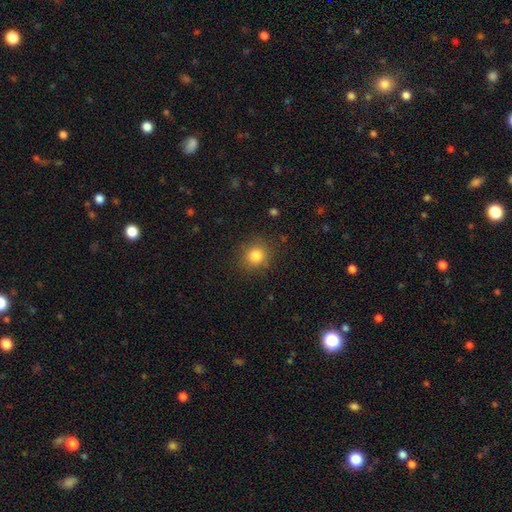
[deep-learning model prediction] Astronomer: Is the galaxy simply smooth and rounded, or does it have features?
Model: smooth — 82%.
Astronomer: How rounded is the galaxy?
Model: round — 83%.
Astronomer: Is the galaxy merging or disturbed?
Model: none — 86%.